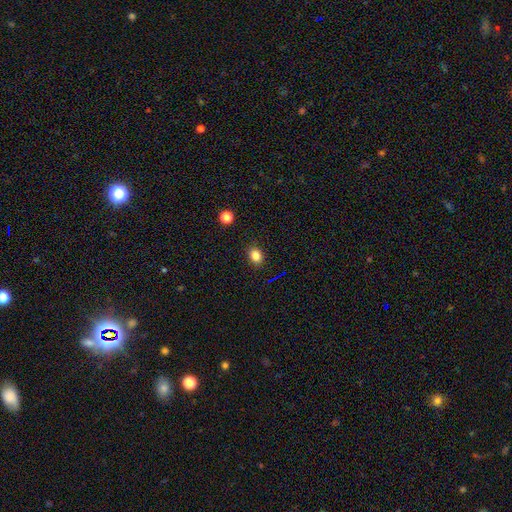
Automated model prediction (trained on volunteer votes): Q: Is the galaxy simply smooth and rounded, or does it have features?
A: smooth — 82%.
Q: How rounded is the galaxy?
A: in between — 58%.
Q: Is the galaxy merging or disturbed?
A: none — 89%.